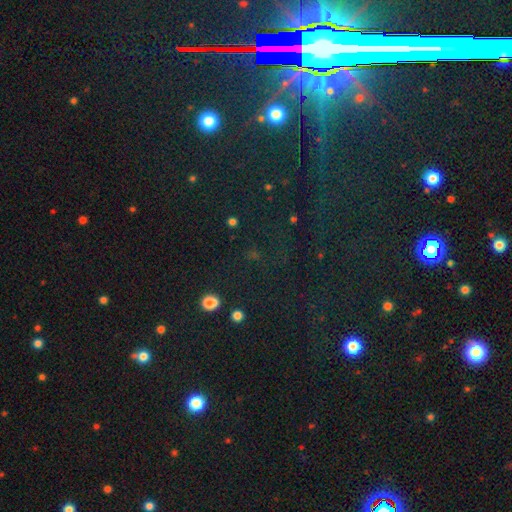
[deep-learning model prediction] A star or artifact, not a galaxy (74%).

Vote fractions:
- Smooth or featured? star or artifact: 74% / smooth: 17% / featured or disk: 9%